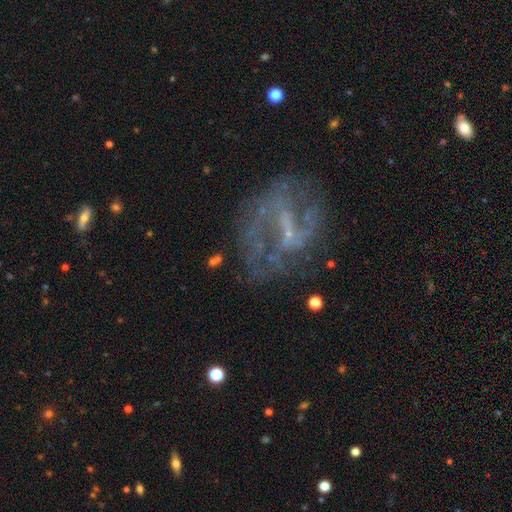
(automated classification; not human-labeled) A featured or disk galaxy (76%) with a weak bar (45%), 2 (58%) loose (40%, tied with medium) spiral arms (75%) and a small central bulge (47%). Merging: none (57%).